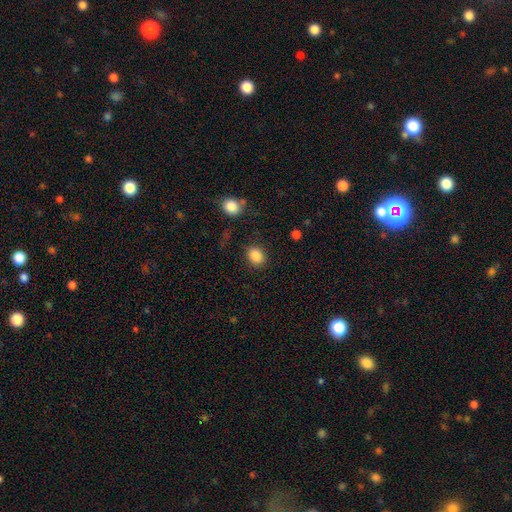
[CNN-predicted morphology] Smooth or featured: smooth — 87% (star or artifact — 9%)
How rounded: round — 52% (in between — 47%)
Merging: none — 85% (minor disturbance — 9%)